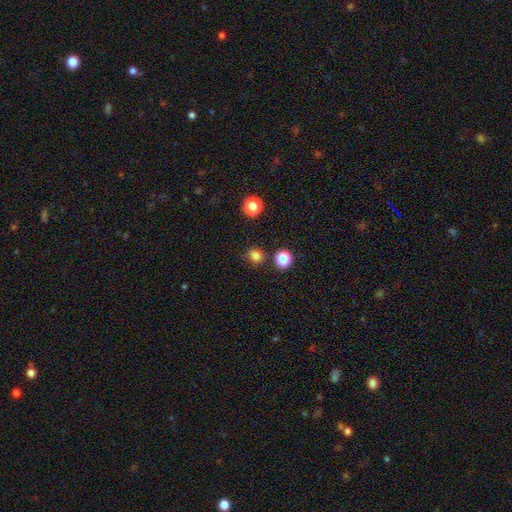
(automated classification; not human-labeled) The model was most divided on "smooth or featured": smooth: 81%, star or artifact: 16%, featured or disk: 4%. More confident: how rounded — round (83%); merging — none (80%).